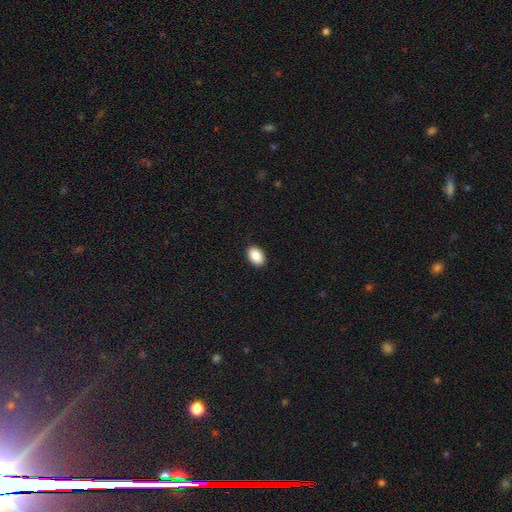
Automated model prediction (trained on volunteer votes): smooth_or_featured: smooth (p=0.90) [alt: star or artifact p=0.07]
how_rounded: in between (p=0.87) [alt: round p=0.12]
merging: none (p=0.89) [alt: minor disturbance p=0.08]